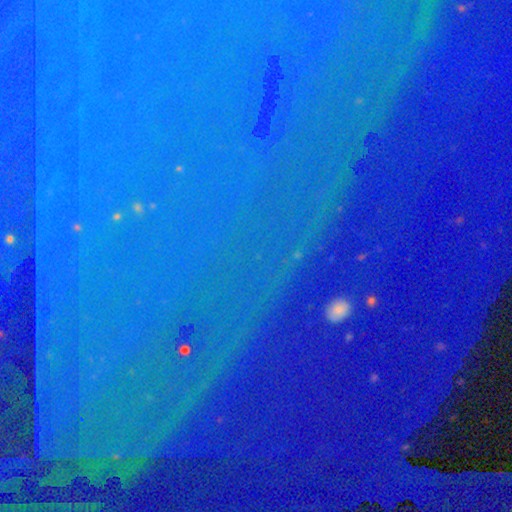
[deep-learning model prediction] Smooth or featured? Predicted: star or artifact (p=0.87).